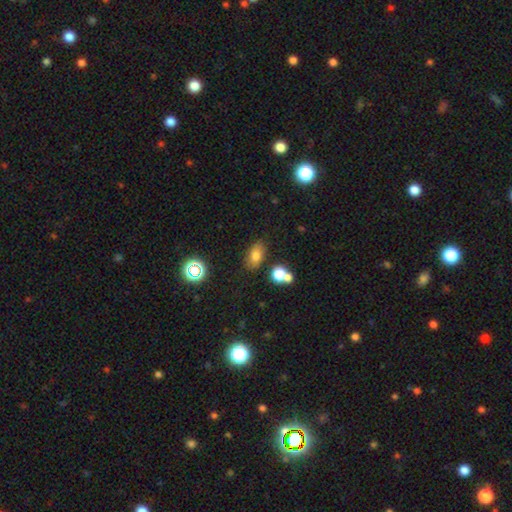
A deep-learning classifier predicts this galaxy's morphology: type=smooth (74%); roundness=in between (84%); merging=none (73%).